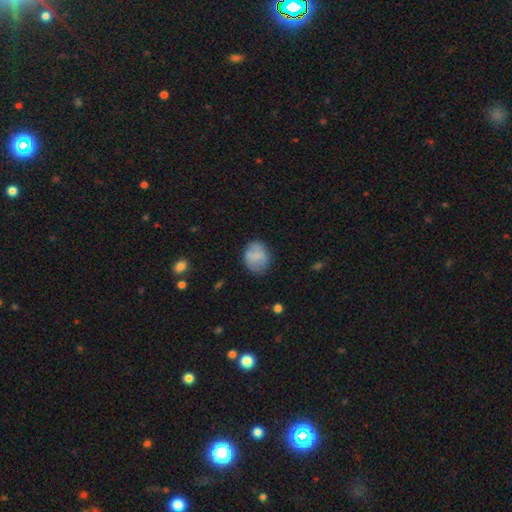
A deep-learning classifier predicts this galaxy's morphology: smooth 73%, featured or disk 19%, star or artifact 8%. Down the decision tree: how rounded — round (57%); merging — none (73%).